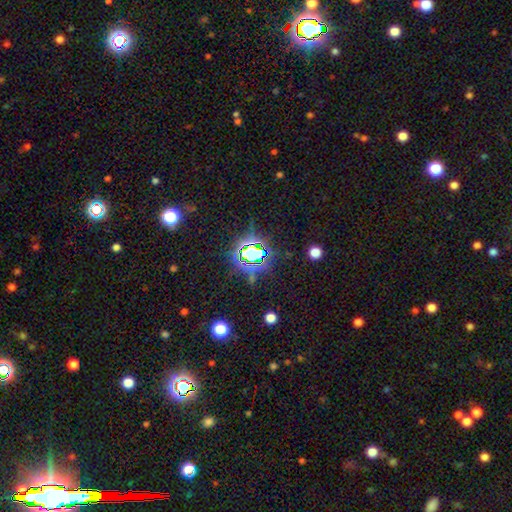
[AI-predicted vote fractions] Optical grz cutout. It shows a star or artifact, not a galaxy (72%).